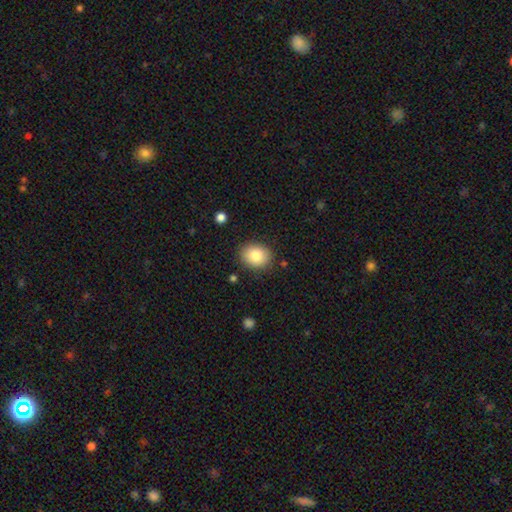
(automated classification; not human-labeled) Q: Smooth or featured?
A: smooth (83%); runner-up: featured or disk (9%)
Q: How rounded?
A: in between (53%); runner-up: round (46%)
Q: Merging?
A: none (86%); runner-up: minor disturbance (10%)